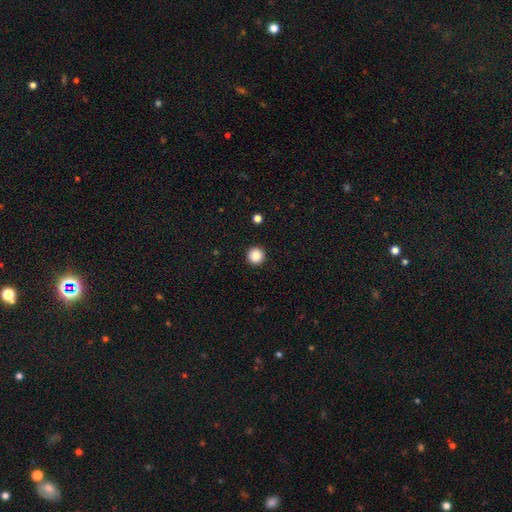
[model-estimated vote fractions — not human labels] smooth_or_featured: smooth (p=0.87) [alt: star or artifact p=0.10]
how_rounded: round (p=0.96) [alt: in between p=0.03]
merging: none (p=0.93) [alt: minor disturbance p=0.04]